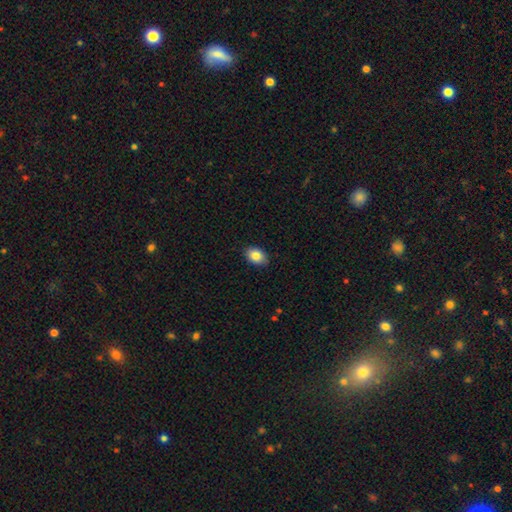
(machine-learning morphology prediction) A smooth galaxy with no disk features (85%) that is in between round and cigar-shaped (77%). Merging: none (88%).